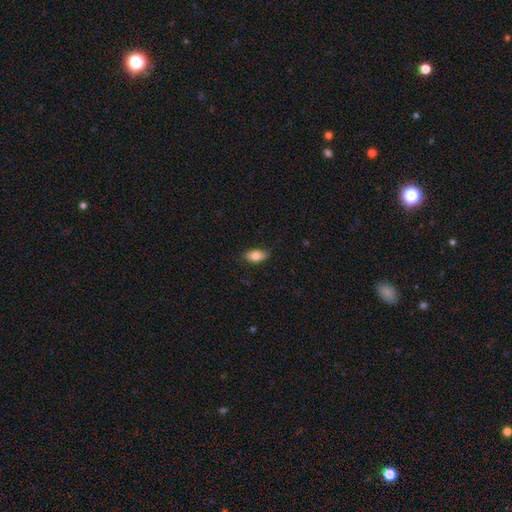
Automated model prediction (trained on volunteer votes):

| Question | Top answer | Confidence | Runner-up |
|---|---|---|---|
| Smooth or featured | smooth | 81% | featured or disk (12%) |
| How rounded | in between | 89% | cigar-shaped (7%) |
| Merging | none | 81% | minor disturbance (15%) |